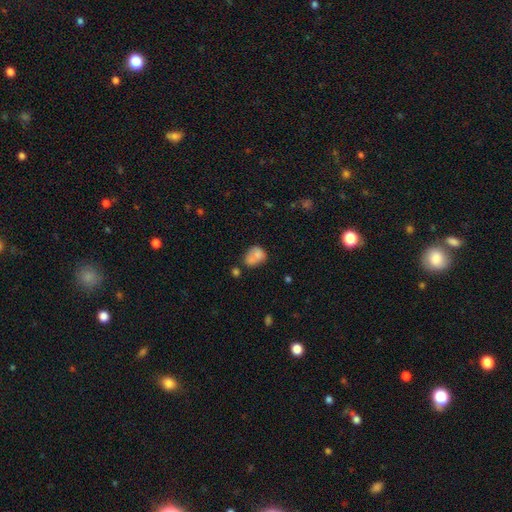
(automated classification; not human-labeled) This appears to be a smooth galaxy with no disk features (74%) that is in between round and cigar-shaped (60%). Merging: merger (35%).